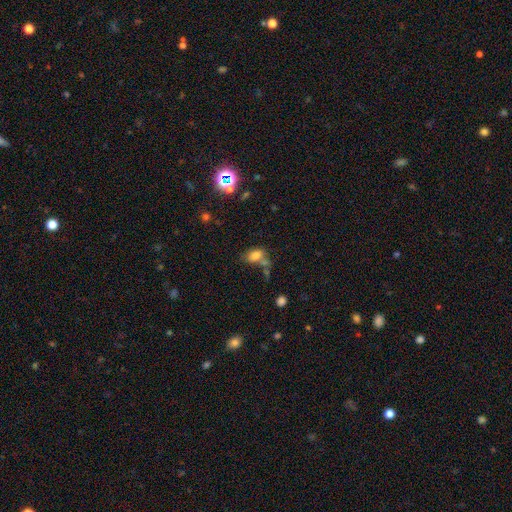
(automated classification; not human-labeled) The model was most divided on "merging": none: 42%, merger: 28%, minor disturbance: 18%, major disturbance: 11%. More confident: how rounded — in between (85%); smooth or featured — smooth (75%).